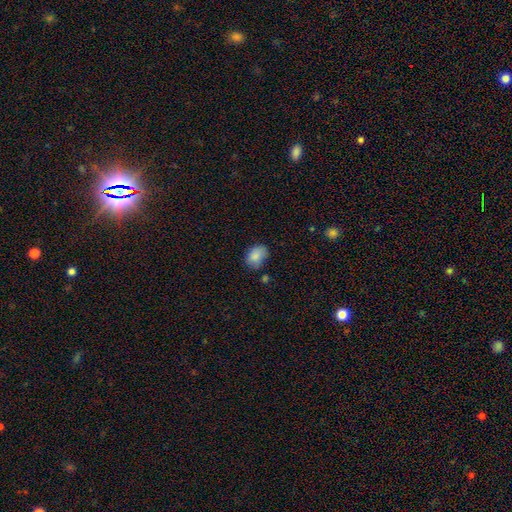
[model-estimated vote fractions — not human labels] This appears to be a smooth galaxy with no disk features (85%) that is in between round and cigar-shaped (75%). Merging: none (63%).